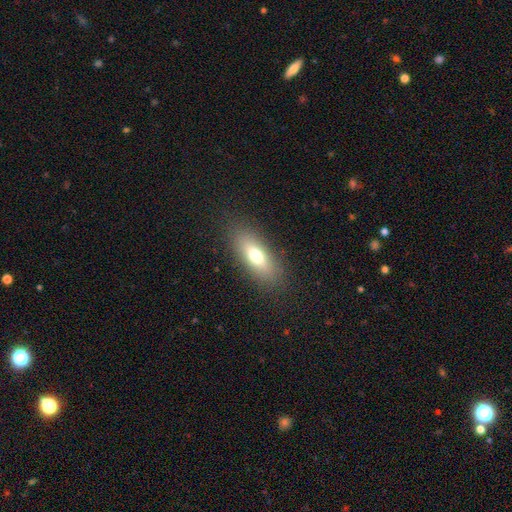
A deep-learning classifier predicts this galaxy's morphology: smooth_or_featured: smooth (p=0.73) [alt: featured or disk p=0.19]
how_rounded: in between (p=0.72) [alt: cigar-shaped p=0.24]
merging: none (p=0.85) [alt: minor disturbance p=0.10]